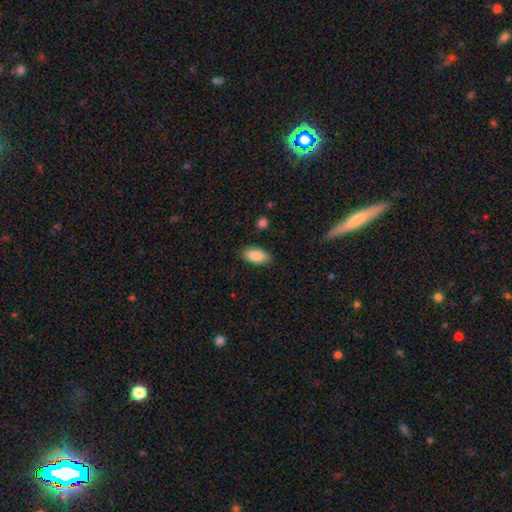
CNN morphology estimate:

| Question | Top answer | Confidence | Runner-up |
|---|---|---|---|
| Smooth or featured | smooth | 87% | star or artifact (7%) |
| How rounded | in between | 93% | cigar-shaped (4%) |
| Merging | none | 85% | minor disturbance (11%) |